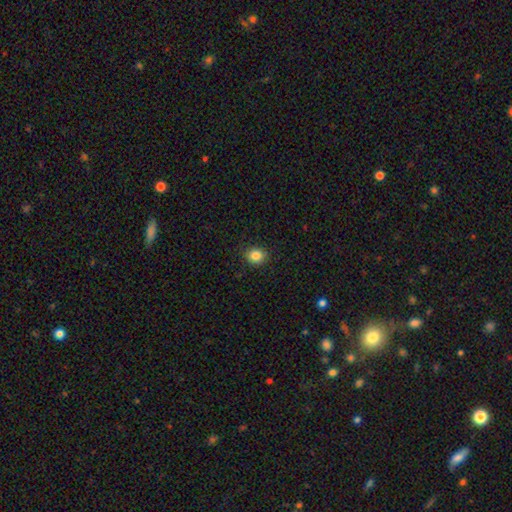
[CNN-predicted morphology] Overall: smooth (85%). How rounded: round (78%). Merging: none (89%).